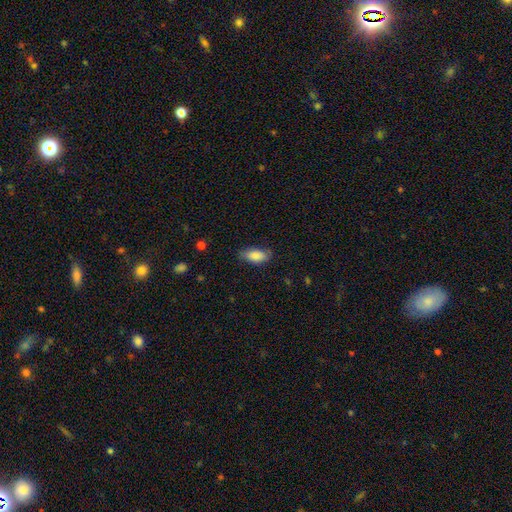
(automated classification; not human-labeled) A smooth galaxy with no disk features (85%) that is in between round and cigar-shaped (88%).

Vote fractions:
- Smooth or featured? smooth: 85% / featured or disk: 8% / star or artifact: 7%
- How rounded? in between: 88% / cigar-shaped: 10% / round: 3%
- Merging? none: 79% / minor disturbance: 16% / major disturbance: 3% / merger: 1%